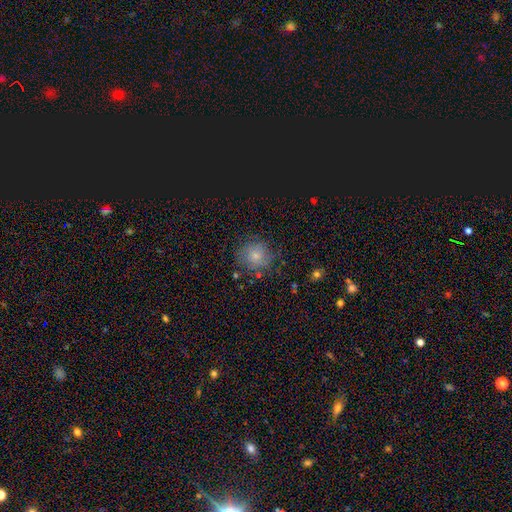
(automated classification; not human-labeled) smooth-or-featured: smooth: 75% | featured or disk: 14% | star or artifact: 12%
  how-rounded: round: 90% | in between: 9% | cigar-shaped: 1%
  merging: none: 76% | minor disturbance: 16% | major disturbance: 6% | merger: 2%